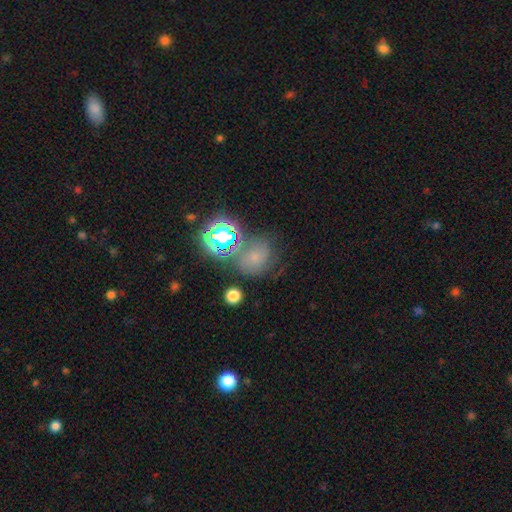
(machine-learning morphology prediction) Smooth or featured: smooth — 42% (star or artifact — 35%)
Merging: none — 51% (minor disturbance — 21%)